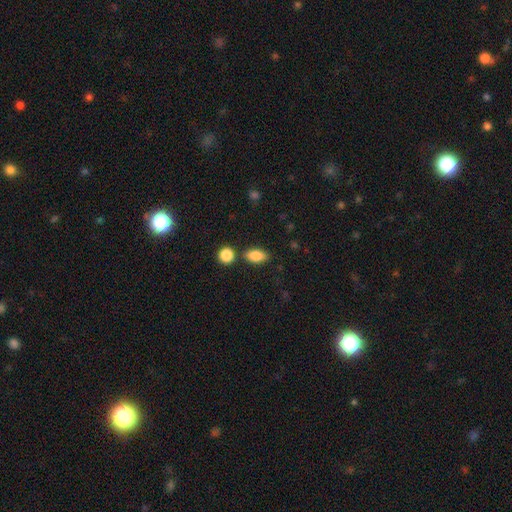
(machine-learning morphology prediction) This is clearly a smooth galaxy (85%). How rounded: clearly in between (85%). Merging: likely none (77%).